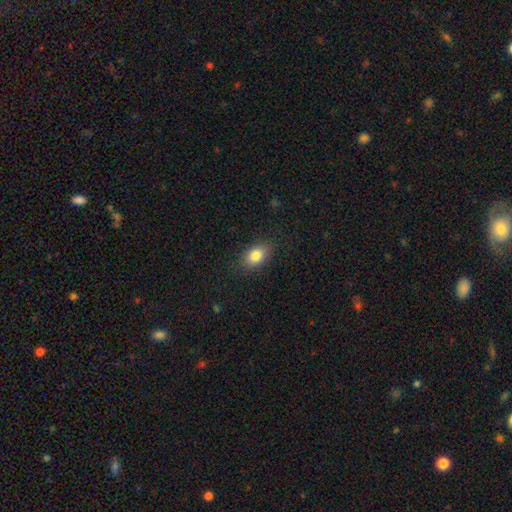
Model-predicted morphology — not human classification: Overall: smooth (83%). How rounded: in between (83%). Merging: none (85%).